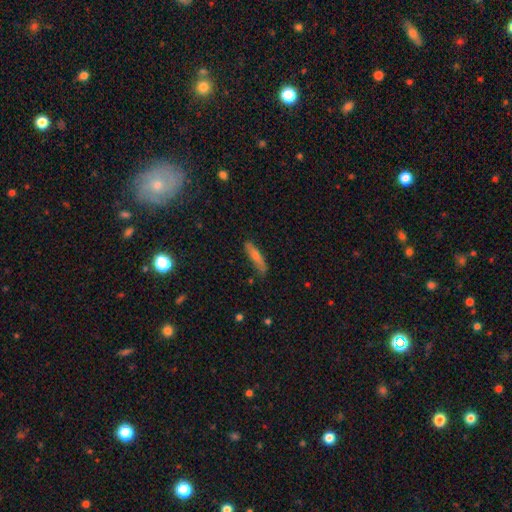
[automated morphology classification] Smooth or featured? Predicted: smooth (p=0.52). How rounded? Predicted: cigar-shaped (p=0.84). Merging? Predicted: none (p=0.77).